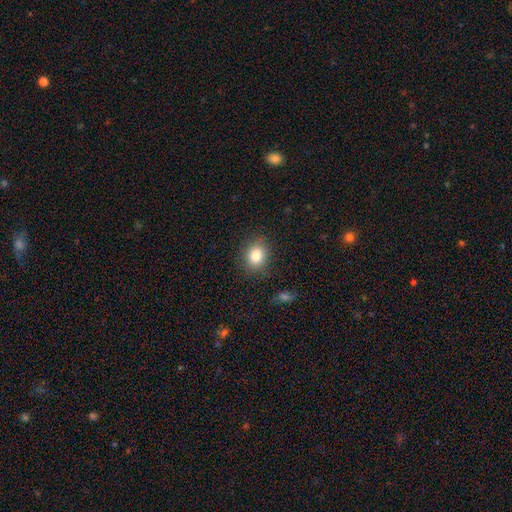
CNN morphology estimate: Smooth or featured? Predicted: smooth (p=0.81). How rounded? Predicted: round (p=0.59). Merging? Predicted: none (p=0.85).